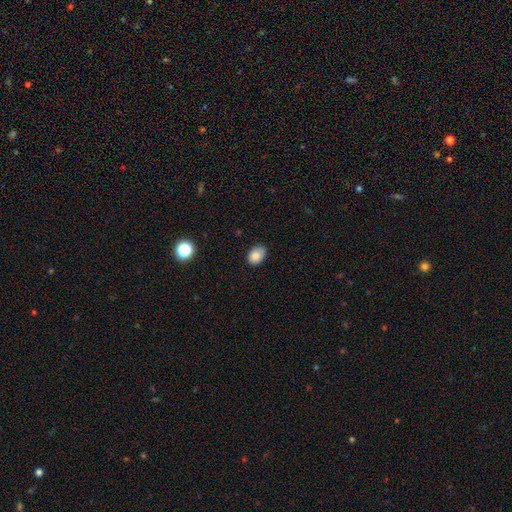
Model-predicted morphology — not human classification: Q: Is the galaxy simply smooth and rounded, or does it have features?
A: smooth — 84%.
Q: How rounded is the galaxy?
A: in between — 75%.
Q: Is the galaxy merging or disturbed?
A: none — 77%.